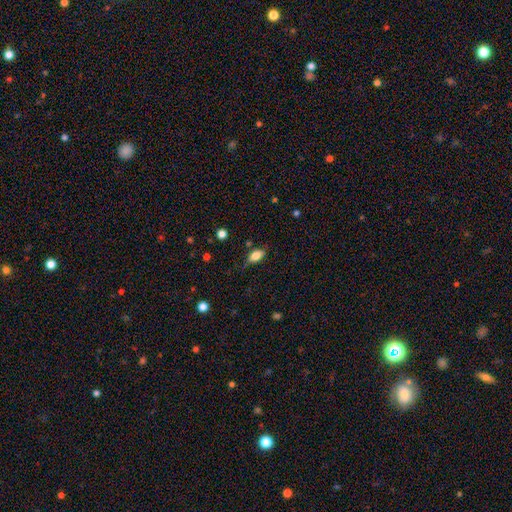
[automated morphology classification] Smooth or featured?
  - smooth: 78% *
  - featured or disk: 14%
  - star or artifact: 8%
How rounded?
  - in between: 87% *
  - cigar-shaped: 7%
  - round: 6%
Merging?
  - none: 72% *
  - minor disturbance: 21%
  - major disturbance: 5%
  - merger: 2%